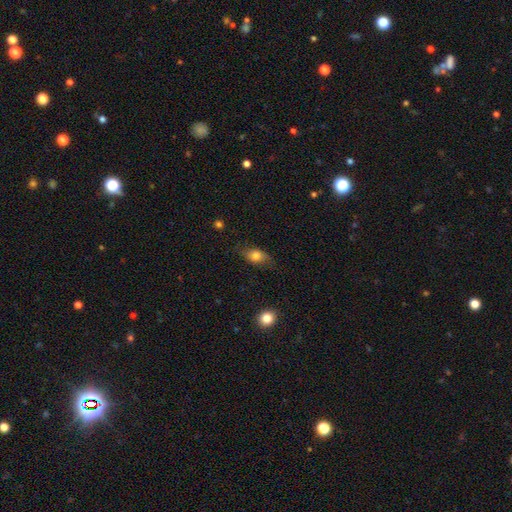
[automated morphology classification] This is likely a smooth galaxy (68%). How rounded: likely in between (76%). Merging: likely none (69%).